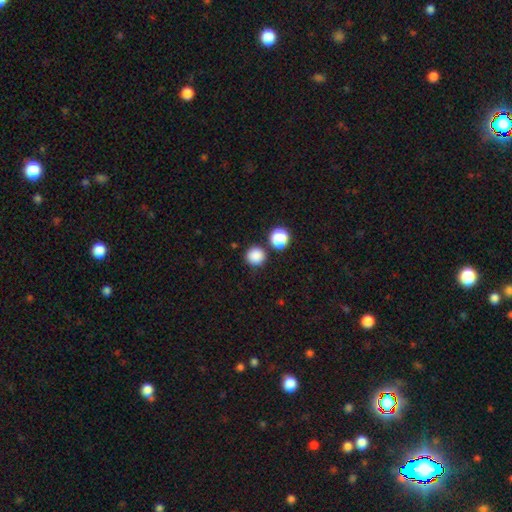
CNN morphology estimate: smooth-or-featured: smooth: 85% | star or artifact: 11% | featured or disk: 4%
  how-rounded: round: 92% | in between: 7% | cigar-shaped: 1%
  merging: none: 82% | merger: 8% | minor disturbance: 7% | major disturbance: 3%